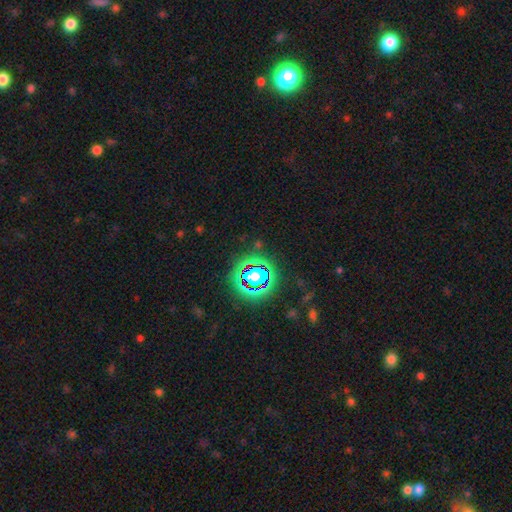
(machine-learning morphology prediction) Smooth or featured? Predicted: star or artifact (p=0.80).